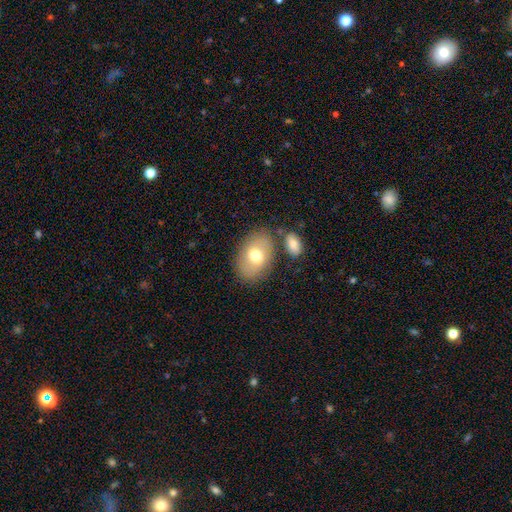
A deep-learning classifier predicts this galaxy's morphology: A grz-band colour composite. It shows a smooth galaxy with no disk features (66%) that is in between round and cigar-shaped (82%). Merging: none (72%).